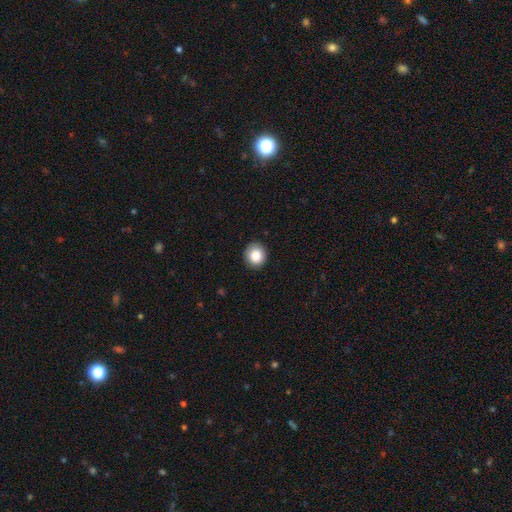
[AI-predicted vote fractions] A smooth galaxy with no disk features (85%) that is round (84%).

Vote fractions:
- Smooth or featured? smooth: 85% / star or artifact: 9% / featured or disk: 6%
- How rounded? round: 84% / in between: 15% / cigar-shaped: 1%
- Merging? none: 91% / minor disturbance: 6% / major disturbance: 2% / merger: 1%